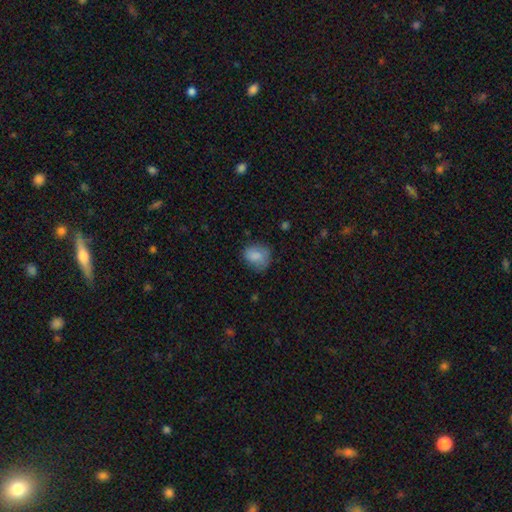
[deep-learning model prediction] This appears to be a smooth galaxy with no disk features (80%) that is round (56%). Merging: none (60%).